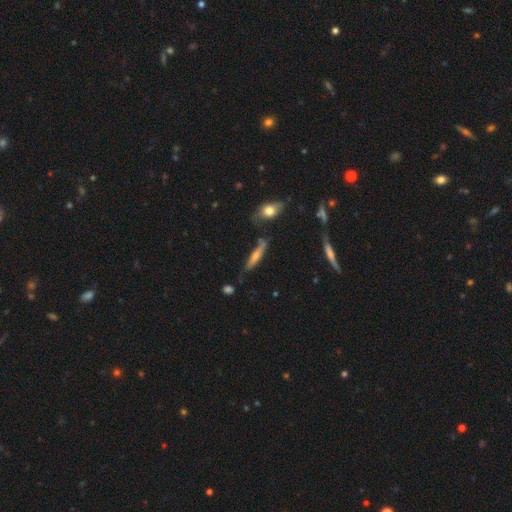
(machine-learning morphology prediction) Q: Smooth or featured?
A: featured or disk (48%); runner-up: smooth (40%)
Q: Merging?
A: none (64%); runner-up: minor disturbance (22%)